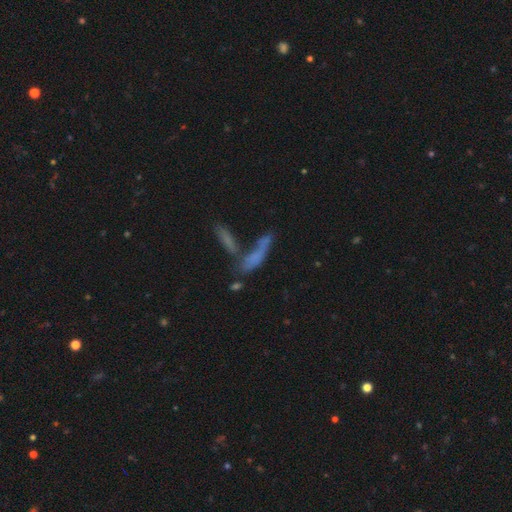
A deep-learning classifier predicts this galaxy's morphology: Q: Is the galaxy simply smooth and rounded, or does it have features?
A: smooth — 56%.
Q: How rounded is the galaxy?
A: cigar-shaped — 68%.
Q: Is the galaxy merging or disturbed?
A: merger — 48%.